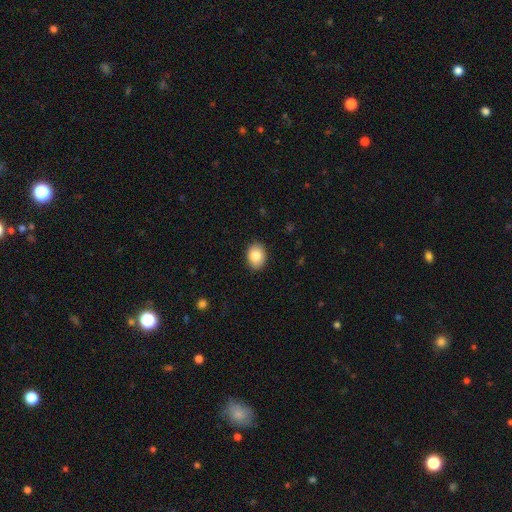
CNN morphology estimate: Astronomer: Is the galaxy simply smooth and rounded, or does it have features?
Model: smooth — 85%.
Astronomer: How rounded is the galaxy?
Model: in between — 69%.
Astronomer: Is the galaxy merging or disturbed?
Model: none — 89%.